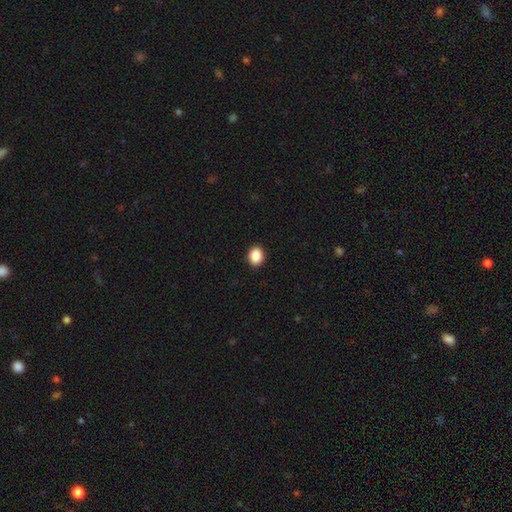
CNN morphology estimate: Overall: smooth (89%). How rounded: in between (54%; round 45%). Merging: none (92%).